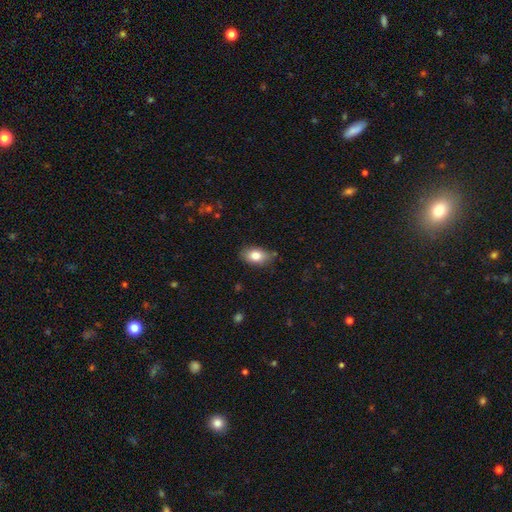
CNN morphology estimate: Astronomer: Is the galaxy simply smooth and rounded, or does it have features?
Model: smooth — 81%.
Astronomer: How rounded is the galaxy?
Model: in between — 89%.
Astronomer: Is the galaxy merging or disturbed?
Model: none — 78%.